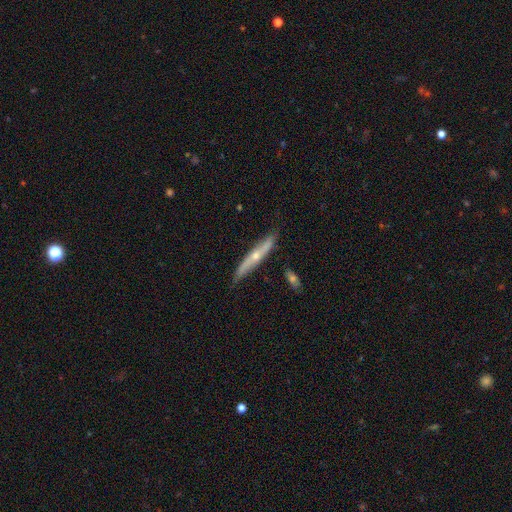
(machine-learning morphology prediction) smooth_or_featured: featured or disk (p=0.65) [alt: smooth p=0.29]
disk_edge_on: yes (p=0.83) [alt: no p=0.17]
edge_on_bulge: rounded (p=0.82) [alt: none p=0.16]
merging: none (p=0.75) [alt: minor disturbance p=0.19]